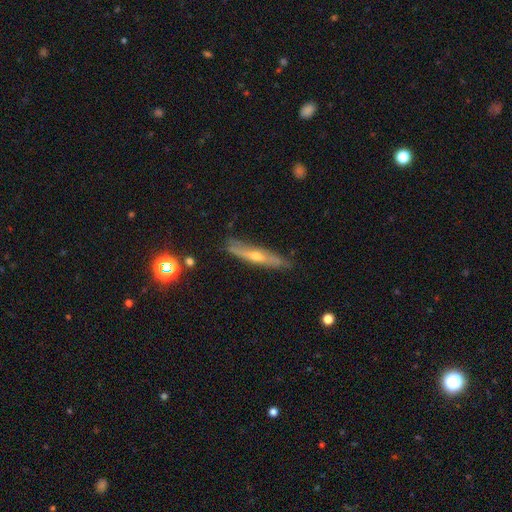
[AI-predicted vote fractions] smooth_or_featured: featured or disk (p=0.65) [alt: smooth p=0.27]
disk_edge_on: yes (p=0.88) [alt: no p=0.12]
edge_on_bulge: rounded (p=0.84) [alt: none p=0.14]
merging: none (p=0.81) [alt: minor disturbance p=0.14]